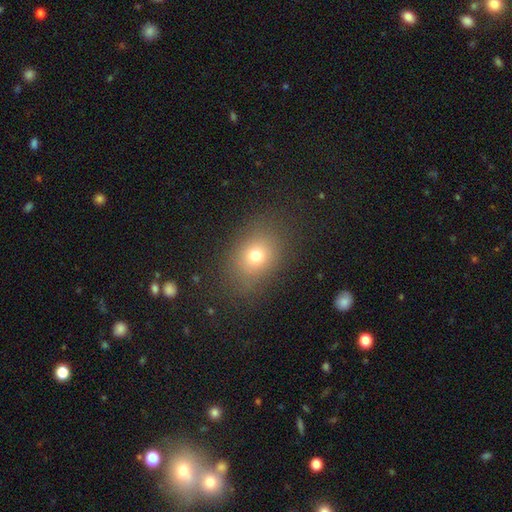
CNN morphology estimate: Q: Smooth or featured?
A: smooth (72%); runner-up: star or artifact (16%)
Q: How rounded?
A: in between (56%); runner-up: round (43%)
Q: Merging?
A: none (81%); runner-up: minor disturbance (12%)